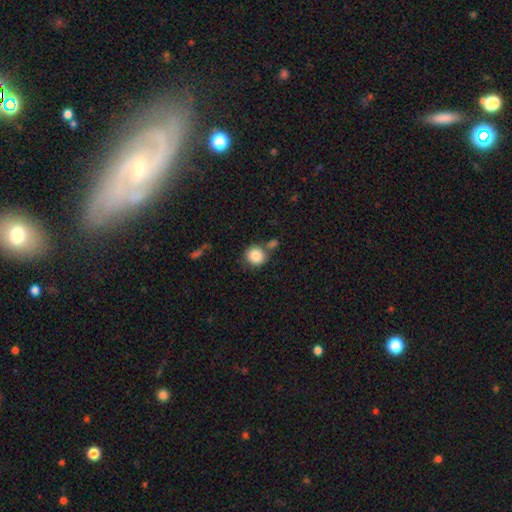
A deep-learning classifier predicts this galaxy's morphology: A smooth galaxy with no disk features (86%) that is round (88%). Merging: none (64%).